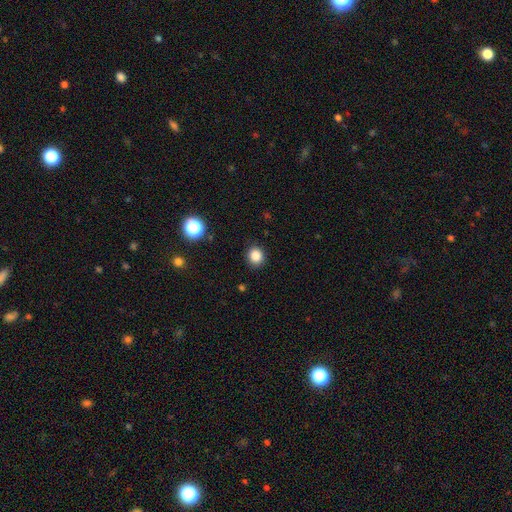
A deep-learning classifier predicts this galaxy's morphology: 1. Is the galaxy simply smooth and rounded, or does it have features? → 85% smooth, 11% star or artifact, 3% featured or disk.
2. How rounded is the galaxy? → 76% round, 23% in between, 1% cigar-shaped.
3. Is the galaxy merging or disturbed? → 88% none, 8% minor disturbance, 2% major disturbance, 1% merger.